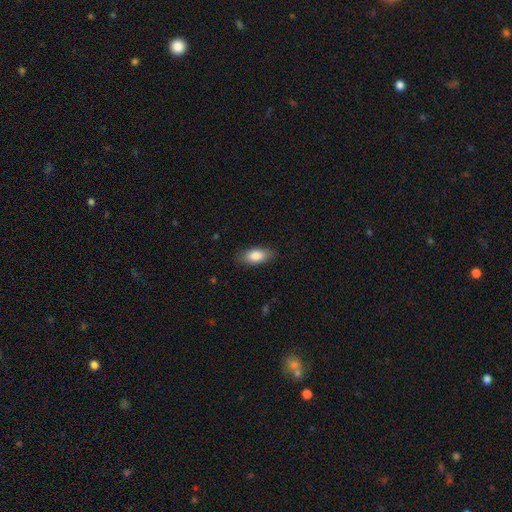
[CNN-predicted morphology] Smooth or featured? smooth (84%)
How rounded? in between (88%)
Merging? none (85%)